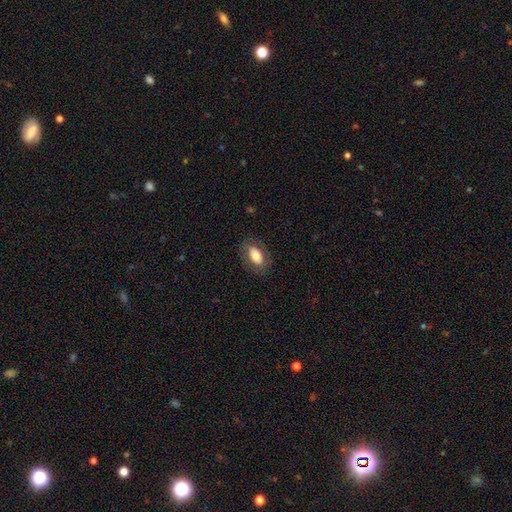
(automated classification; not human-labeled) Smooth or featured: smooth — 74% (featured or disk — 19%)
How rounded: in between — 91% (round — 7%)
Merging: none — 82% (minor disturbance — 12%)